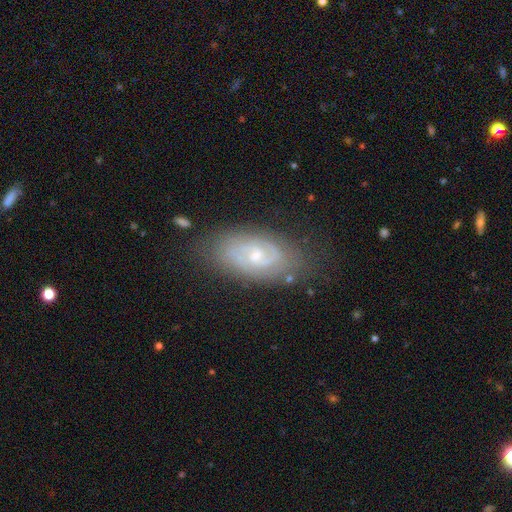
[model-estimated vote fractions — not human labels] Smooth or featured? featured or disk (79%)
Edge-on disk? no (95%)
Bar? no (53%)
Spiral arms? yes (92%)
Spiral winding? tight (56%)
Spiral arm count? 2 (65%)
Bulge size? small (54%)
Merging? none (75%)